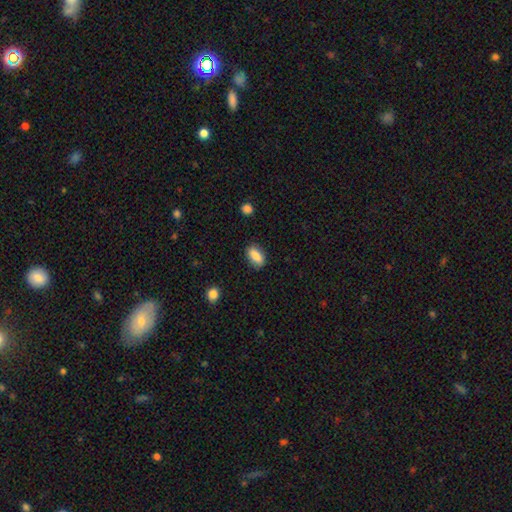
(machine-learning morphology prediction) type=smooth (85%); roundness=in between (87%); merging=none (83%).